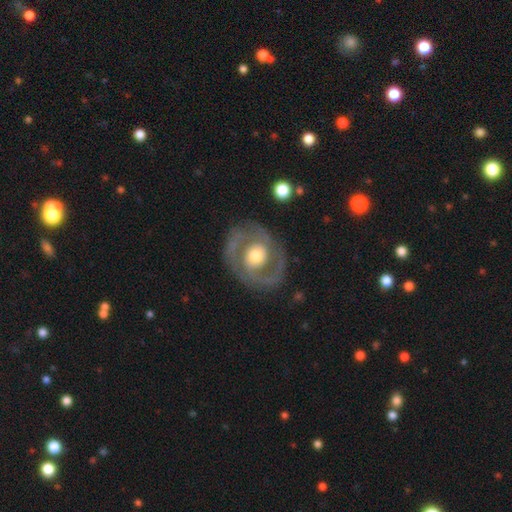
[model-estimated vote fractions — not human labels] The model was most divided on "spiral winding": medium: 44%, tight: 43%, loose: 14%. More confident: edge-on disk — no (97%); smooth or featured — featured or disk (81%); spiral arm count — 2 (80%); spiral arms — yes (79%); merging — none (79%); bar — no (70%); bulge size — moderate (61%).